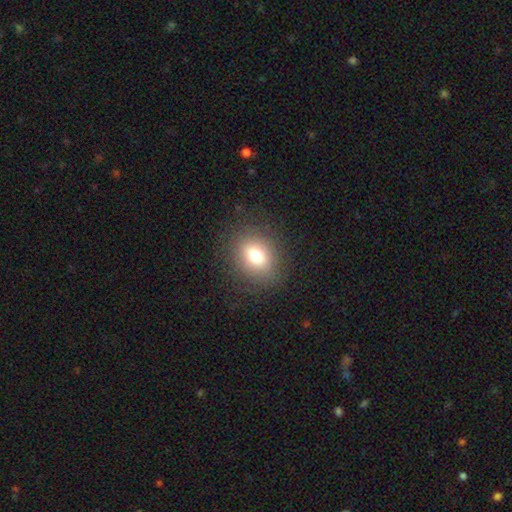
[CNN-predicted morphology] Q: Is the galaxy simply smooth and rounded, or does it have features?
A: smooth — 73%.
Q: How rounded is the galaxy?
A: round — 57%.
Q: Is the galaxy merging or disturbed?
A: none — 84%.